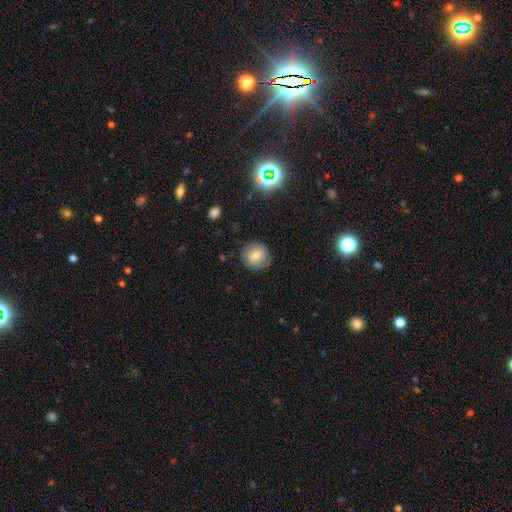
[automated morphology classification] Smooth or featured?
  - smooth: 60% *
  - featured or disk: 29%
  - star or artifact: 11%
How rounded?
  - round: 86% *
  - in between: 13%
  - cigar-shaped: 1%
Merging?
  - none: 75% *
  - minor disturbance: 18%
  - major disturbance: 6%
  - merger: 1%